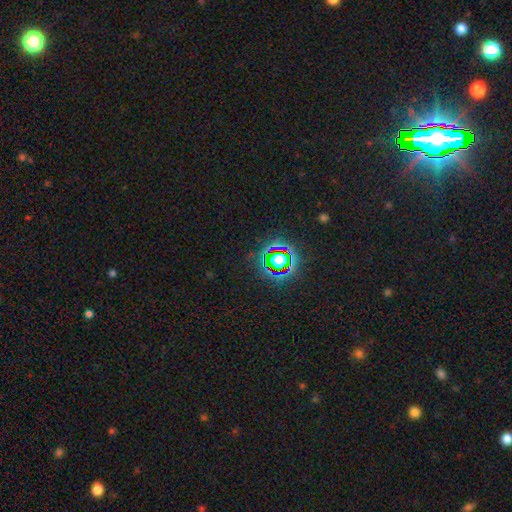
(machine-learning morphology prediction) The model was most divided on "smooth or featured": star or artifact: 80%, smooth: 13%, featured or disk: 7%.